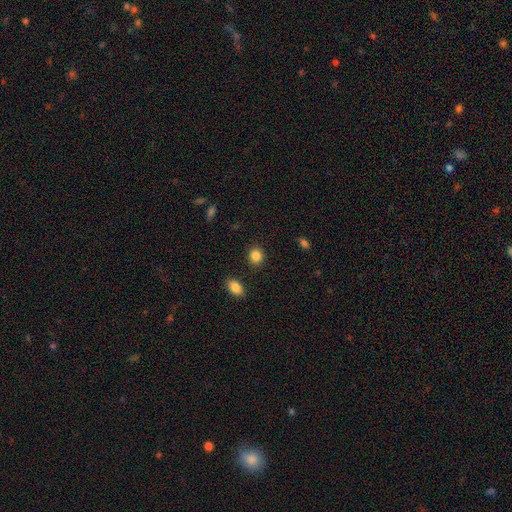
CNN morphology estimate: Smooth or featured: smooth — 87% (star or artifact — 9%)
How rounded: round — 71% (in between — 28%)
Merging: none — 89% (minor disturbance — 7%)